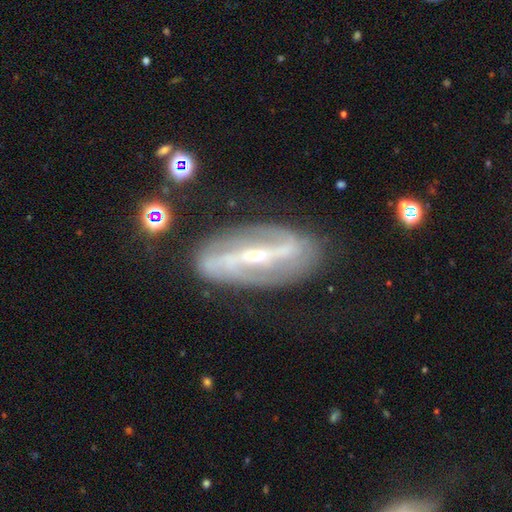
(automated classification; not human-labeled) This appears to be a featured or disk galaxy (88%) with a strong bar (75%), 2 (87%) medium (37%) spiral arms (87%) and a small central bulge (67%). Merging: none (83%).